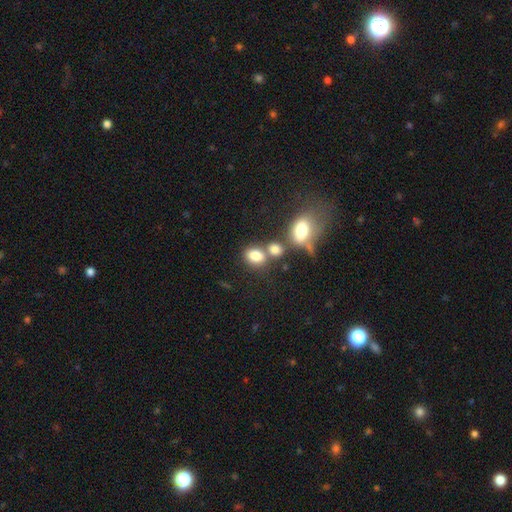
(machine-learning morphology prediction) A smooth galaxy with no disk features (80%) that is in between round and cigar-shaped (68%).

Vote fractions:
- Smooth or featured? smooth: 80% / star or artifact: 10% / featured or disk: 9%
- How rounded? in between: 68% / round: 30% / cigar-shaped: 2%
- Merging? none: 42% / merger: 41% / minor disturbance: 11% / major disturbance: 6%